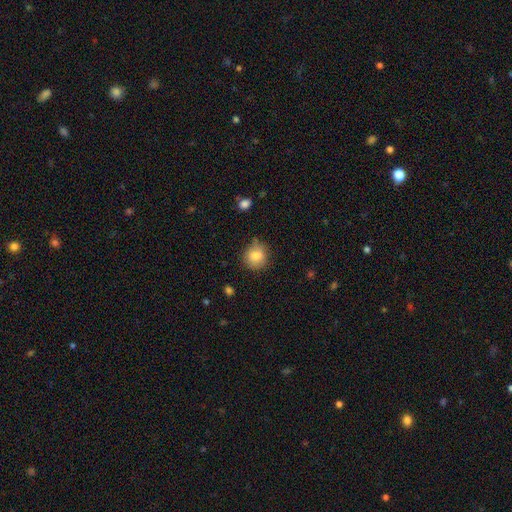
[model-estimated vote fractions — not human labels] smooth 82%, star or artifact 9%, featured or disk 8%. Down the decision tree: how rounded — round (82%); merging — none (74%).